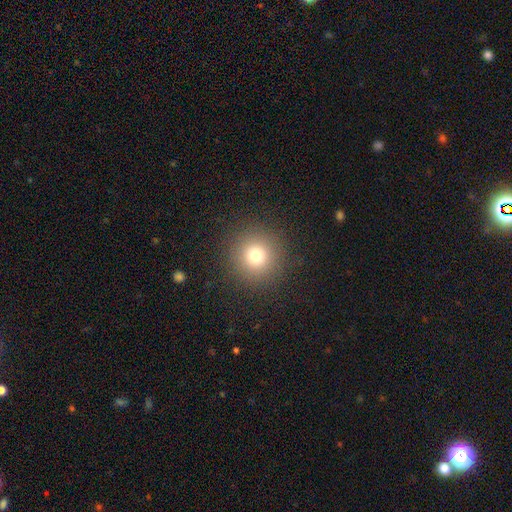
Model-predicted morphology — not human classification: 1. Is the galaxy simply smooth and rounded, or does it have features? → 74% smooth, 16% star or artifact, 9% featured or disk.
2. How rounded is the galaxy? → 95% round, 4% in between, 1% cigar-shaped.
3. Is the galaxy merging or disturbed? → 90% none, 5% minor disturbance, 3% major disturbance, 1% merger.